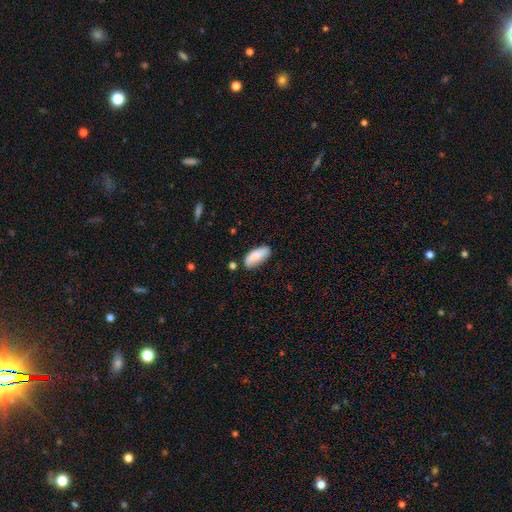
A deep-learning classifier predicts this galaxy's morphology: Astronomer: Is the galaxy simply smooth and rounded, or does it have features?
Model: smooth — 86%.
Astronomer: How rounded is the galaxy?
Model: in between — 81%.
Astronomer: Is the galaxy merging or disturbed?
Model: none — 72%.